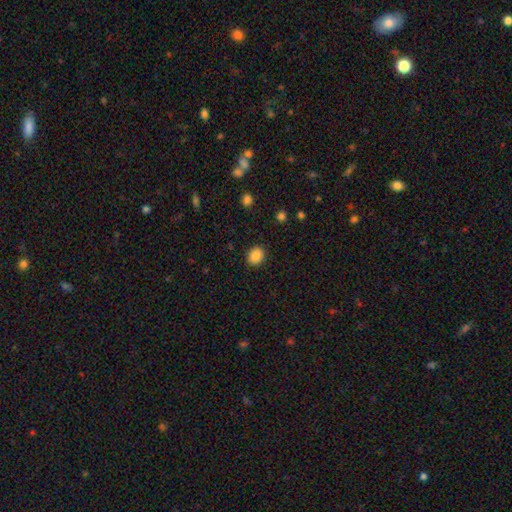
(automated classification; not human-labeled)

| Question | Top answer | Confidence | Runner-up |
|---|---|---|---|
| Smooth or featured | smooth | 87% | star or artifact (9%) |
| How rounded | round | 56% | in between (43%) |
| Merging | none | 89% | minor disturbance (7%) |